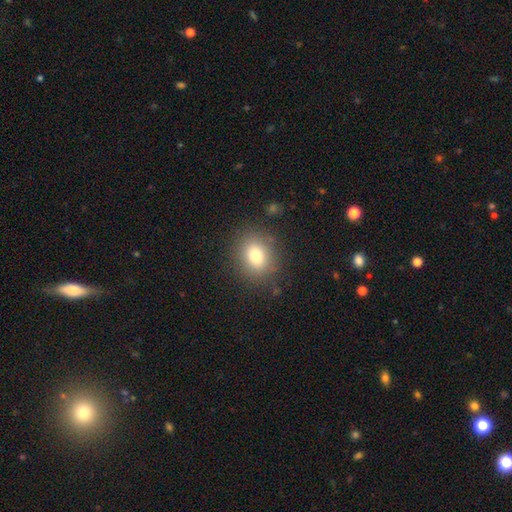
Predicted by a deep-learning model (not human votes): A smooth galaxy with no disk features (77%) that is round (65%).

Vote fractions:
- Smooth or featured? smooth: 77% / star or artifact: 12% / featured or disk: 11%
- How rounded? round: 65% / in between: 34% / cigar-shaped: 1%
- Merging? none: 85% / minor disturbance: 10% / major disturbance: 4% / merger: 2%